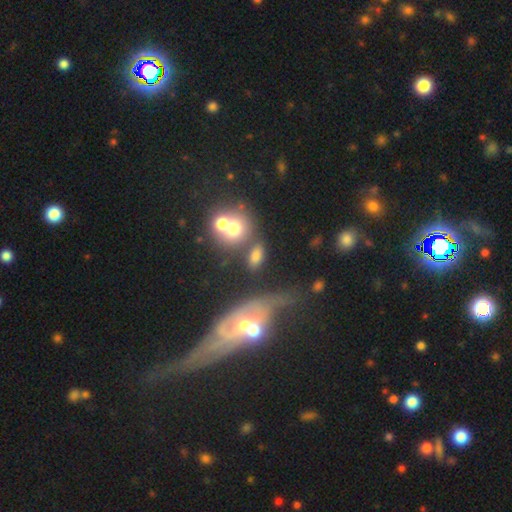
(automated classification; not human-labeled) Smooth or featured: smooth — 68% (featured or disk — 19%)
How rounded: in between — 73% (round — 21%)
Merging: none — 46% (merger — 31%)